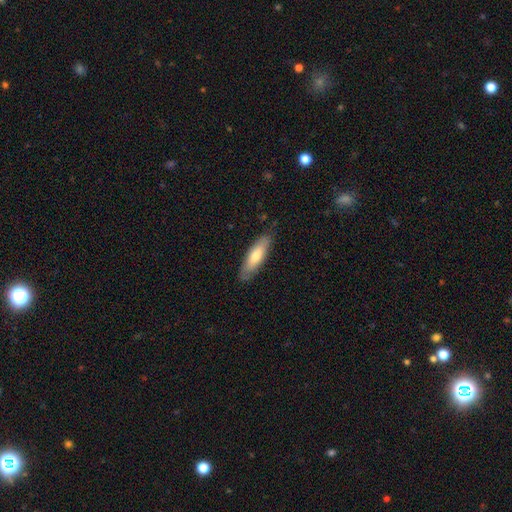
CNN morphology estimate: smooth 70%, featured or disk 24%, star or artifact 5%. Down the decision tree: how rounded — cigar-shaped (56%); merging — none (82%).